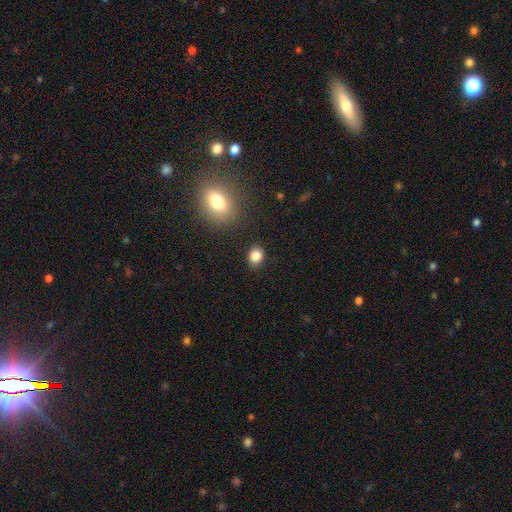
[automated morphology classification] A smooth galaxy with no disk features (85%) that is in between round and cigar-shaped (50%).

Vote fractions:
- Smooth or featured? smooth: 85% / star or artifact: 10% / featured or disk: 5%
- How rounded? in between: 50% / round: 49% / cigar-shaped: 1%
- Merging? none: 84% / minor disturbance: 11% / major disturbance: 3% / merger: 2%